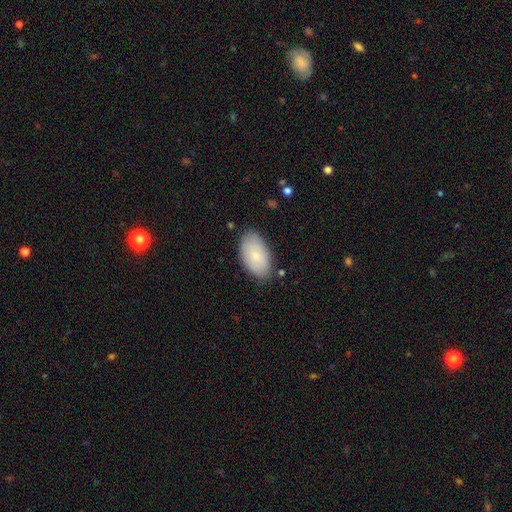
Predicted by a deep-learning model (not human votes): This is likely a smooth galaxy (79%). How rounded: clearly in between (95%). Merging: clearly none (81%).